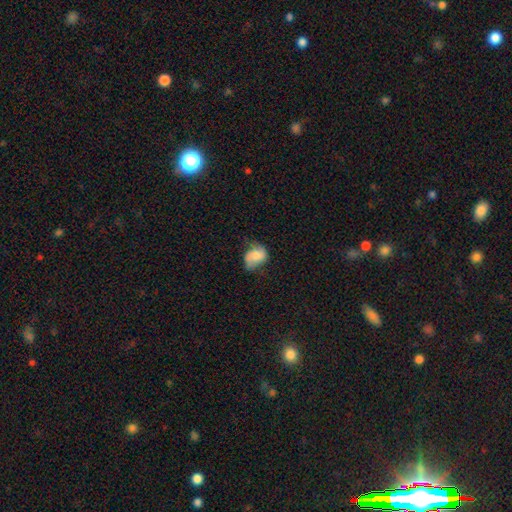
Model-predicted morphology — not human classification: Q: Smooth or featured?
A: smooth (60%); runner-up: featured or disk (32%)
Q: How rounded?
A: in between (66%); runner-up: round (33%)
Q: Merging?
A: none (41%); runner-up: minor disturbance (36%)